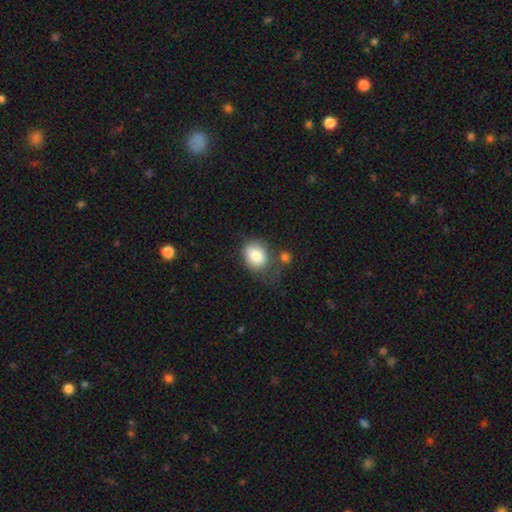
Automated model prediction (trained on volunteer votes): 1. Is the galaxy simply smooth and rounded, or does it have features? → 83% smooth, 9% featured or disk, 8% star or artifact.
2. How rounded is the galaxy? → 62% in between, 37% round, 1% cigar-shaped.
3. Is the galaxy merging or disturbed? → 49% none, 25% minor disturbance, 15% major disturbance, 11% merger.